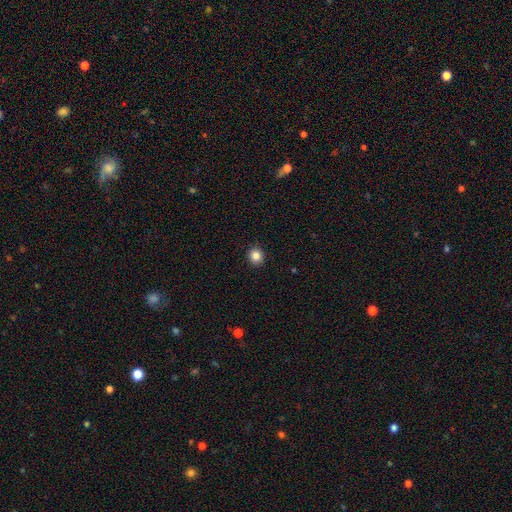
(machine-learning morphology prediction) The model was most divided on "how rounded": round: 85%, in between: 14%, cigar-shaped: 1%. More confident: merging — none (92%); smooth or featured — smooth (85%).